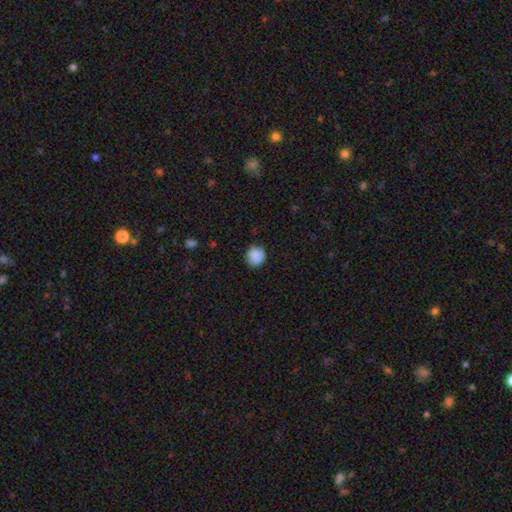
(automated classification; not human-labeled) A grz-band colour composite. It shows a smooth galaxy with no disk features (87%) that is round (90%). Merging: none (83%).